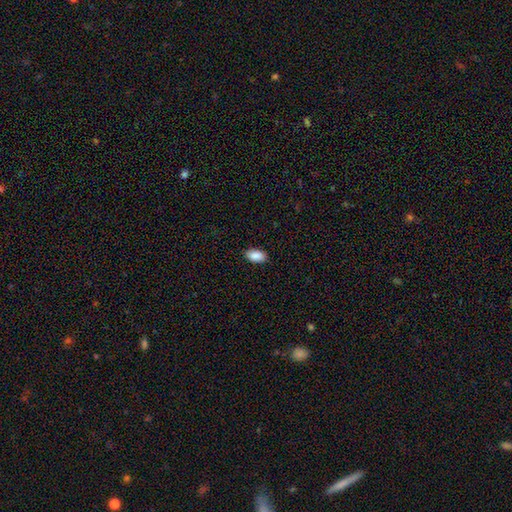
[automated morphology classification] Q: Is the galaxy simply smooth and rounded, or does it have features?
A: smooth — 90%.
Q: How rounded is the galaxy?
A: in between — 94%.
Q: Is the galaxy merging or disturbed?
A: none — 88%.